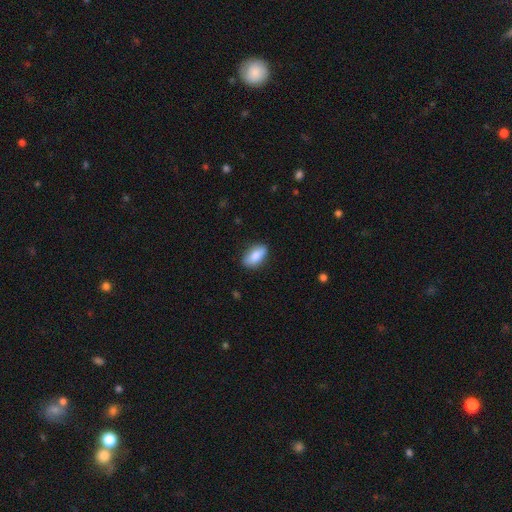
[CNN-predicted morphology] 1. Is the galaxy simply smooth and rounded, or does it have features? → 83% smooth, 11% featured or disk, 7% star or artifact.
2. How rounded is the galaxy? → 90% in between, 6% cigar-shaped, 4% round.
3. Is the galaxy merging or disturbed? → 82% none, 14% minor disturbance, 3% major disturbance, 1% merger.